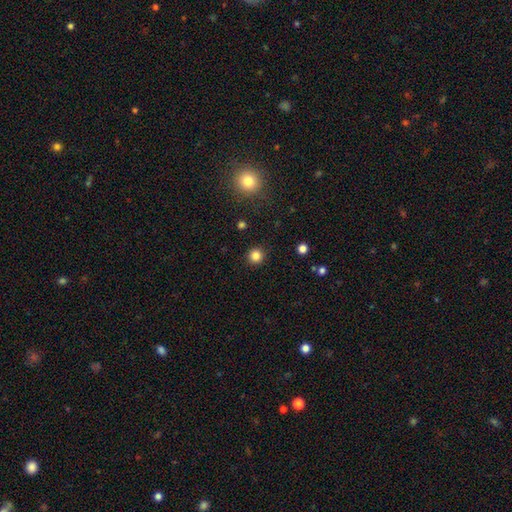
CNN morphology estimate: type=smooth (83%); roundness=round (94%); merging=none (92%).